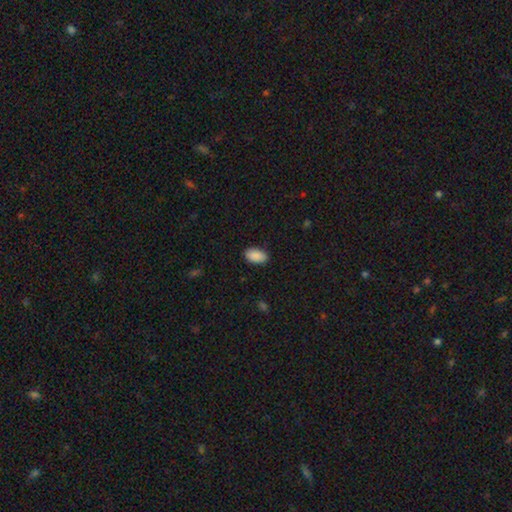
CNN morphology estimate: A smooth galaxy with no disk features (90%) that is in between round and cigar-shaped (94%). Merging: none (88%).